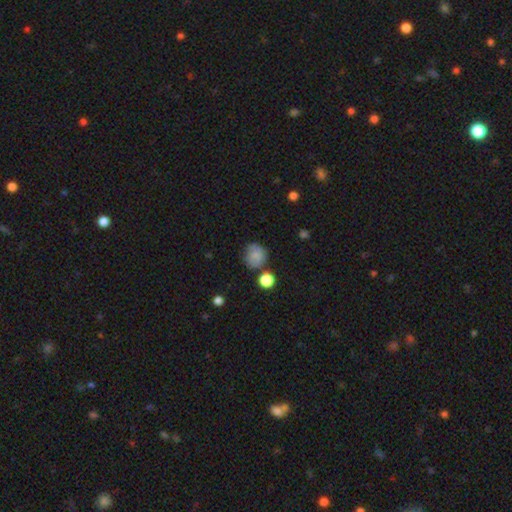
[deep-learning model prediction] A smooth galaxy with no disk features (73%) that is round (81%). Merging: none (60%).